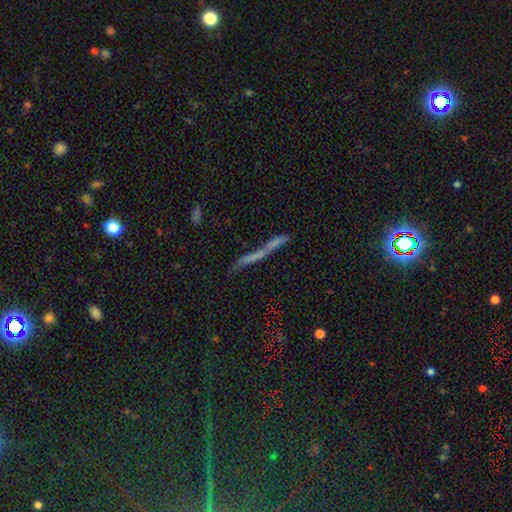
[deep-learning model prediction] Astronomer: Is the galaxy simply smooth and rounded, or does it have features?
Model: smooth — 40% (runner-up: featured or disk, 39%).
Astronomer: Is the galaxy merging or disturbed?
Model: none — 62%.